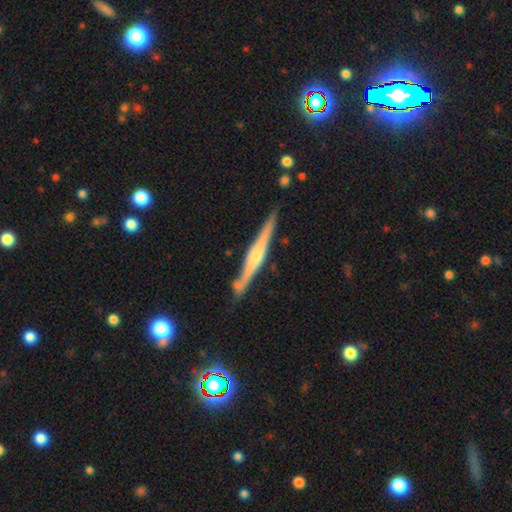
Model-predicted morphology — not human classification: Smooth or featured? featured or disk (75%)
Edge-on disk? yes (98%)
Edge-on bulge? rounded (72%)
Merging? none (83%)